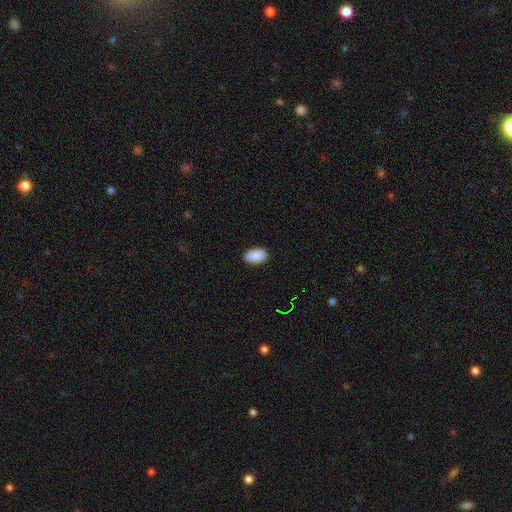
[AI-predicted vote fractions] smooth 90%, star or artifact 7%, featured or disk 2%. Down the decision tree: how rounded — in between (94%); merging — none (89%).